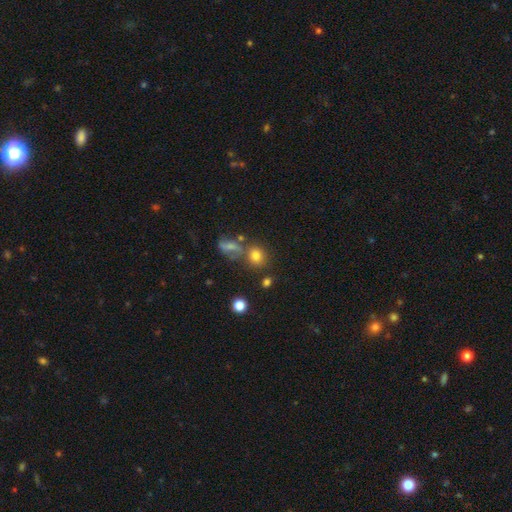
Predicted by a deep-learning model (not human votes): Smooth or featured: smooth — 76% (star or artifact — 14%)
How rounded: round — 77% (in between — 22%)
Merging: none — 63% (merger — 19%)